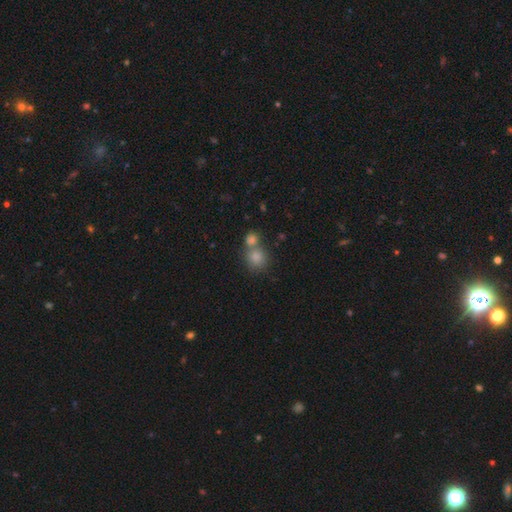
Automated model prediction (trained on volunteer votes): A smooth galaxy with no disk features (82%) that is round (83%). Merging: none (47%).